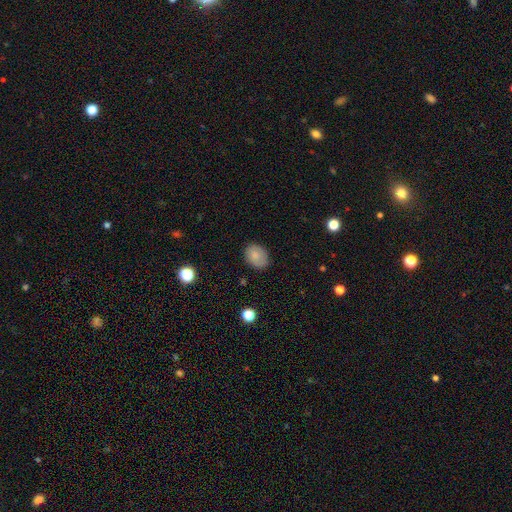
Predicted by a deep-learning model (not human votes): Smooth or featured? smooth (80%)
How rounded? in between (61%)
Merging? none (83%)